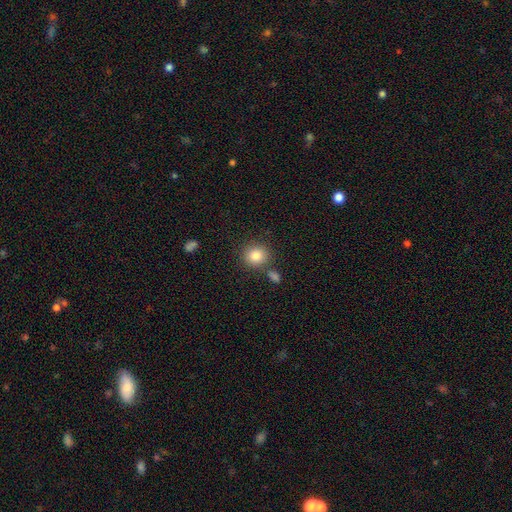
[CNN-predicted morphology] type=smooth (83%); roundness=round (85%); merging=none (77%).